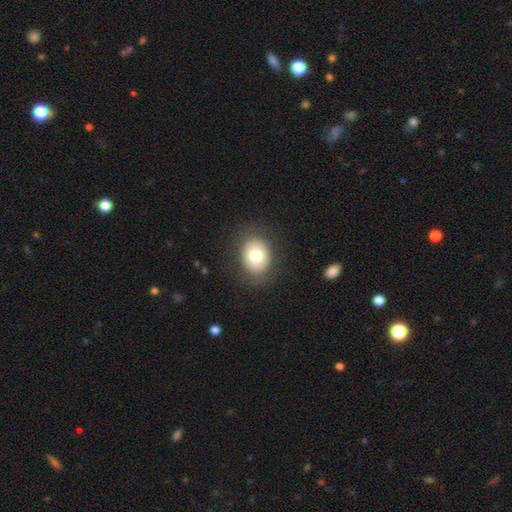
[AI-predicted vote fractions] smooth_or_featured: smooth (p=0.76) [alt: featured or disk p=0.15]
how_rounded: in between (p=0.51) [alt: round p=0.48]
merging: none (p=0.84) [alt: minor disturbance p=0.11]